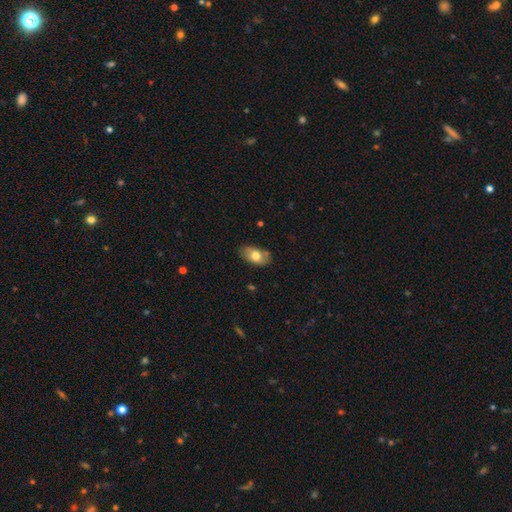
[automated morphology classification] Smooth or featured: smooth — 74% (featured or disk — 19%)
How rounded: in between — 91% (round — 7%)
Merging: none — 76% (minor disturbance — 18%)